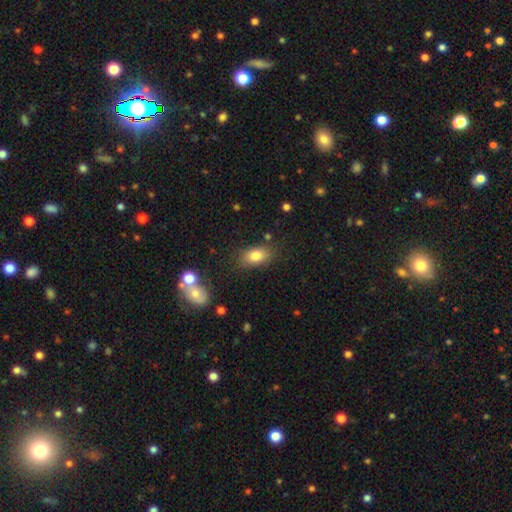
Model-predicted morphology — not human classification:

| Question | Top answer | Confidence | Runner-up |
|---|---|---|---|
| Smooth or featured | smooth | 80% | featured or disk (10%) |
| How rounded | in between | 86% | round (11%) |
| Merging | none | 77% | minor disturbance (15%) |